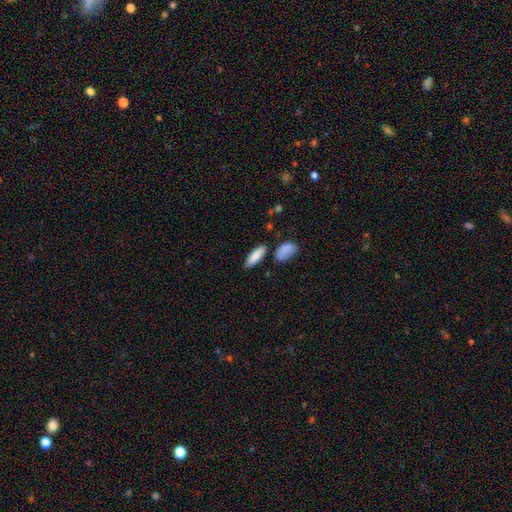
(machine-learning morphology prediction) Overall: smooth (86%). How rounded: in between (61%; cigar-shaped 37%). Merging: none (77%).